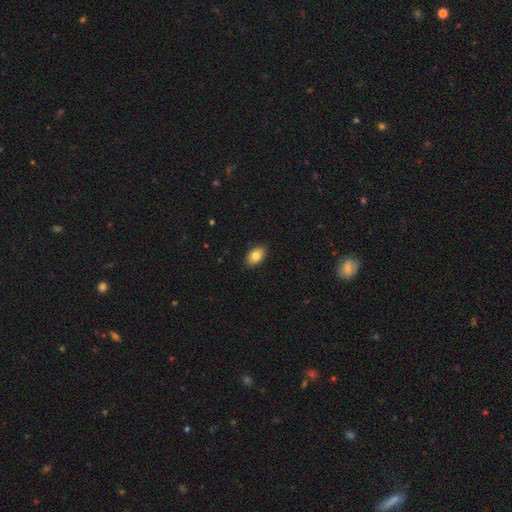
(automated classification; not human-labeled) The model was most divided on "smooth or featured": smooth: 82%, featured or disk: 10%, star or artifact: 7%. More confident: how rounded — in between (91%); merging — none (89%).